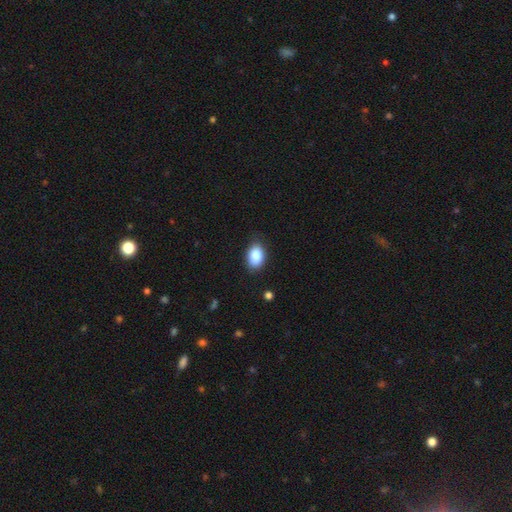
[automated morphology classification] Smooth or featured?
  - smooth: 87% *
  - star or artifact: 8%
  - featured or disk: 5%
How rounded?
  - in between: 87% *
  - round: 11%
  - cigar-shaped: 1%
Merging?
  - none: 83% *
  - minor disturbance: 13%
  - major disturbance: 3%
  - merger: 1%